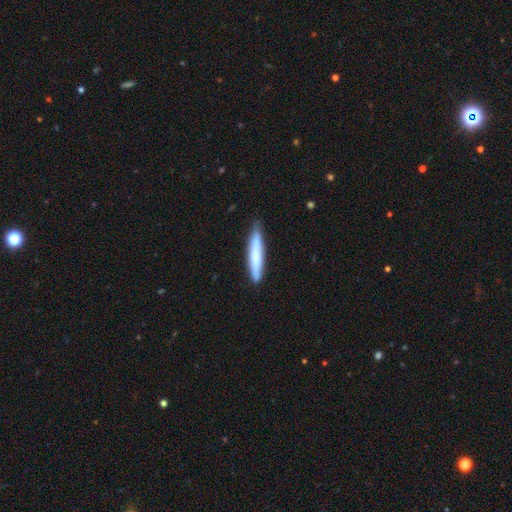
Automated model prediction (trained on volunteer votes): Smooth or featured? Predicted: smooth (p=0.72). How rounded? Predicted: cigar-shaped (p=0.92). Merging? Predicted: none (p=0.80).